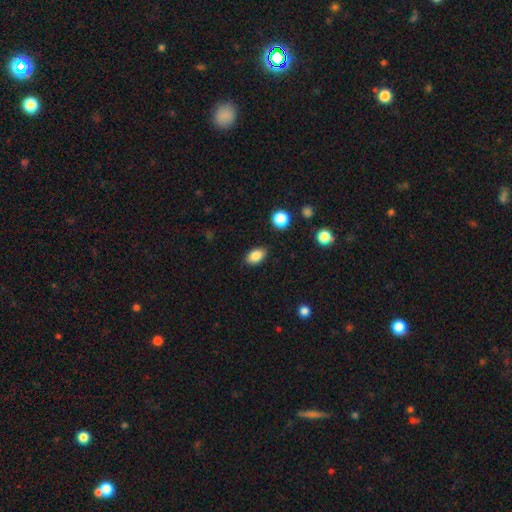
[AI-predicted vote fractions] Smooth or featured? Predicted: smooth (p=0.87). How rounded? Predicted: in between (p=0.86). Merging? Predicted: none (p=0.86).